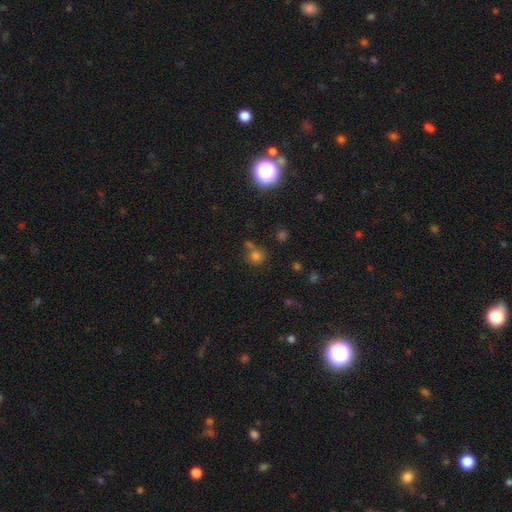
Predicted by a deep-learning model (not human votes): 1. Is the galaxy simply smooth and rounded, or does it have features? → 71% smooth, 22% star or artifact, 7% featured or disk.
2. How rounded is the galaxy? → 86% round, 13% in between, 1% cigar-shaped.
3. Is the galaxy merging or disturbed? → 60% none, 24% merger, 11% minor disturbance, 5% major disturbance.